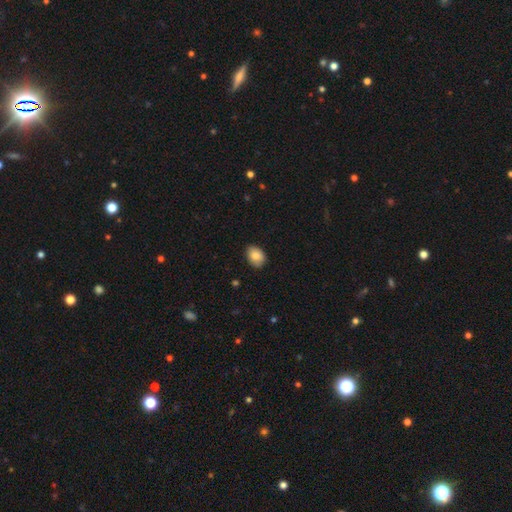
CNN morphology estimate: Overall: smooth (85%). How rounded: in between (72%). Merging: none (82%).